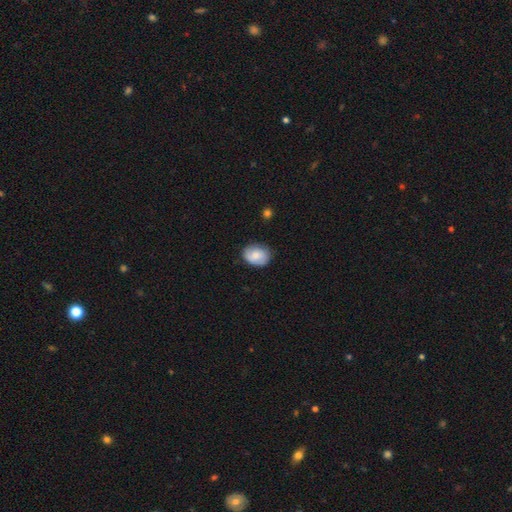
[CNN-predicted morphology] The model was most divided on "how rounded": in between: 64%, round: 35%, cigar-shaped: 1%. More confident: merging — none (78%); smooth or featured — smooth (75%).